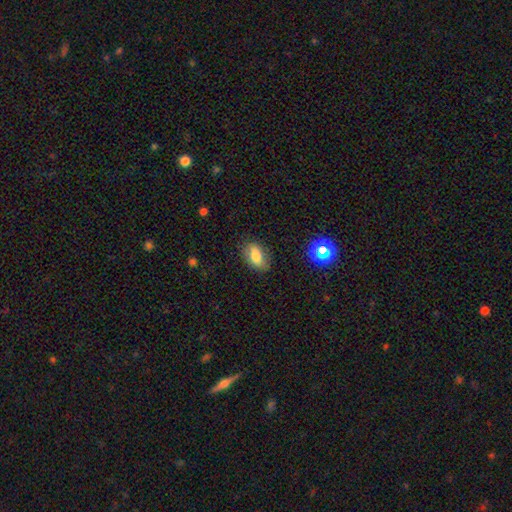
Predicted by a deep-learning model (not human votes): A smooth galaxy with no disk features (77%) that is in between round and cigar-shaped (88%).

Vote fractions:
- Smooth or featured? smooth: 77% / featured or disk: 13% / star or artifact: 10%
- How rounded? in between: 88% / round: 8% / cigar-shaped: 4%
- Merging? none: 78% / minor disturbance: 16% / major disturbance: 4% / merger: 2%